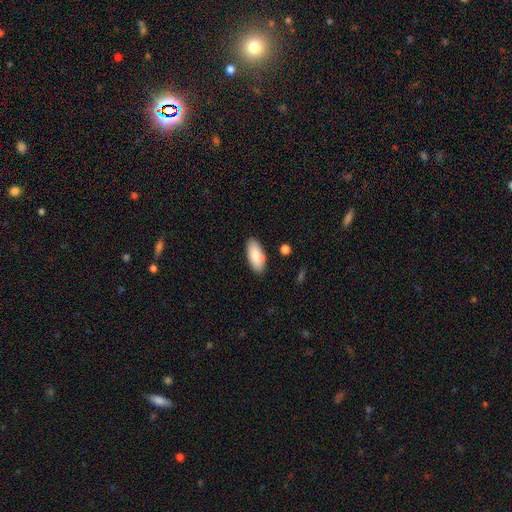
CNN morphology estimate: A smooth galaxy with no disk features (85%) that is in between round and cigar-shaped (88%). Merging: none (84%).